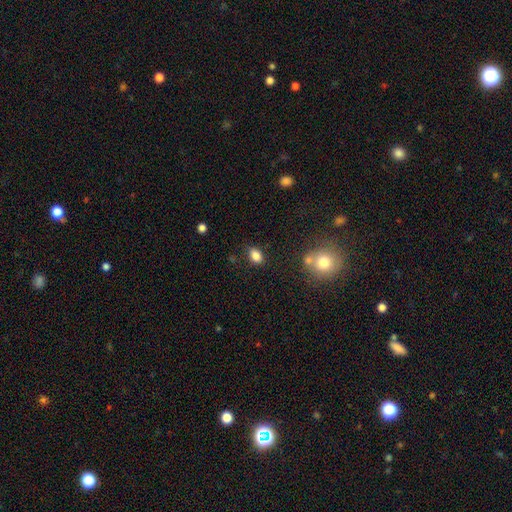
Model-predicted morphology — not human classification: smooth-or-featured: smooth: 85% | star or artifact: 10% | featured or disk: 5%
  how-rounded: in between: 81% | round: 17% | cigar-shaped: 2%
  merging: none: 80% | minor disturbance: 13% | merger: 4% | major disturbance: 3%